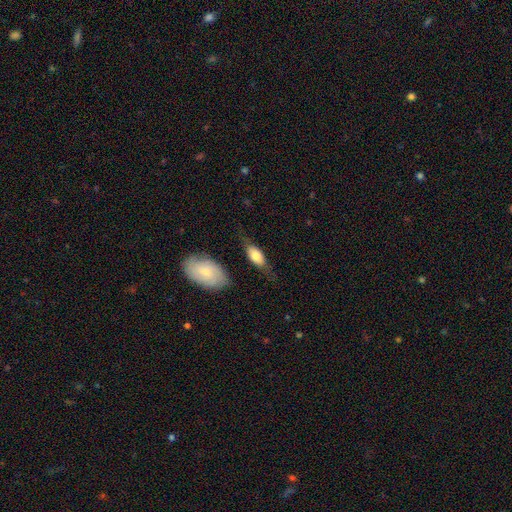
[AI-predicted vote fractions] smooth_or_featured: smooth (p=0.67) [alt: featured or disk p=0.27]
how_rounded: in between (p=0.81) [alt: cigar-shaped p=0.15]
merging: none (p=0.59) [alt: minor disturbance p=0.25]